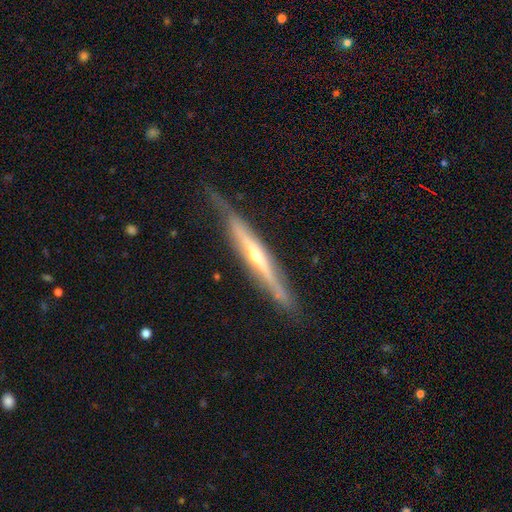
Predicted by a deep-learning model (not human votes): Smooth or featured: featured or disk — 78% (smooth — 16%)
Edge-on disk: yes — 93% (no — 7%)
Edge-on bulge: rounded — 77% (none — 19%)
Merging: none — 75% (minor disturbance — 19%)